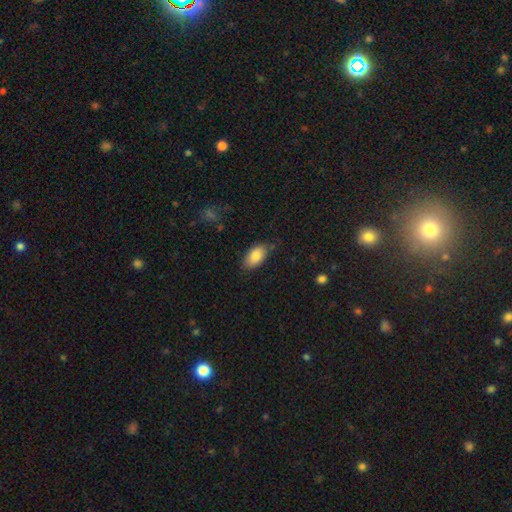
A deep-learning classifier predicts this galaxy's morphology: smooth 86%, featured or disk 8%, star or artifact 7%. Down the decision tree: how rounded — in between (93%); merging — none (76%).